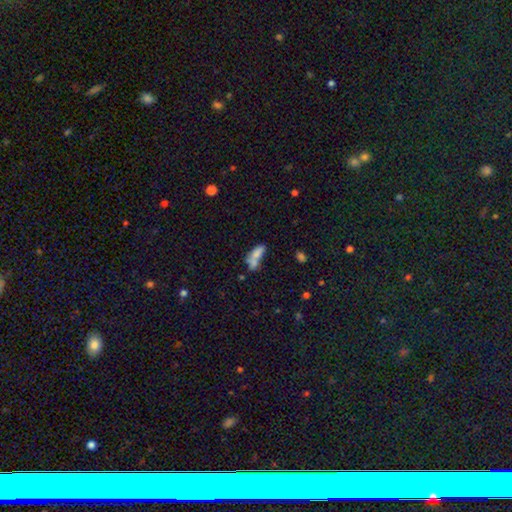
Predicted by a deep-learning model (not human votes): A smooth galaxy with no disk features (71%) that is in between round and cigar-shaped (75%).

Vote fractions:
- Smooth or featured? smooth: 71% / featured or disk: 19% / star or artifact: 10%
- How rounded? in between: 75% / cigar-shaped: 21% / round: 5%
- Merging? merger: 51% / none: 27% / minor disturbance: 13% / major disturbance: 9%